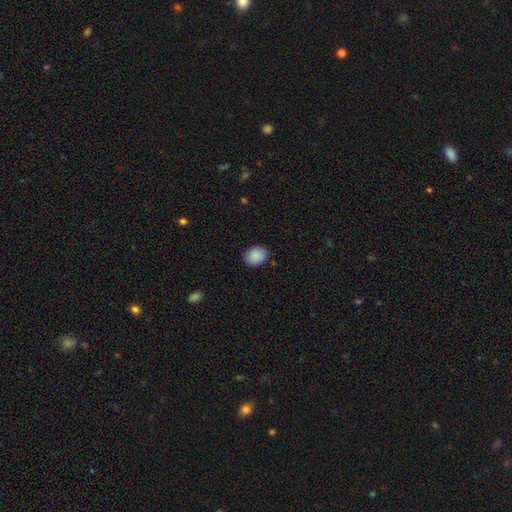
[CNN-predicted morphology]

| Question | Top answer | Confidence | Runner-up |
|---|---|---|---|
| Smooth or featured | smooth | 90% | star or artifact (7%) |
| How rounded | round | 51% | in between (48%) |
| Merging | none | 86% | minor disturbance (11%) |